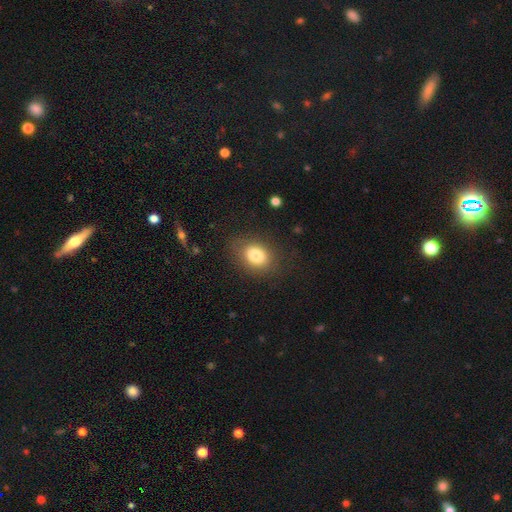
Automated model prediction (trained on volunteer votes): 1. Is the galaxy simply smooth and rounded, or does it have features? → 81% smooth, 10% star or artifact, 9% featured or disk.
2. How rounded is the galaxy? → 62% in between, 37% round, 1% cigar-shaped.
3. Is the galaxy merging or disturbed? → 81% none, 12% minor disturbance, 5% major disturbance, 1% merger.